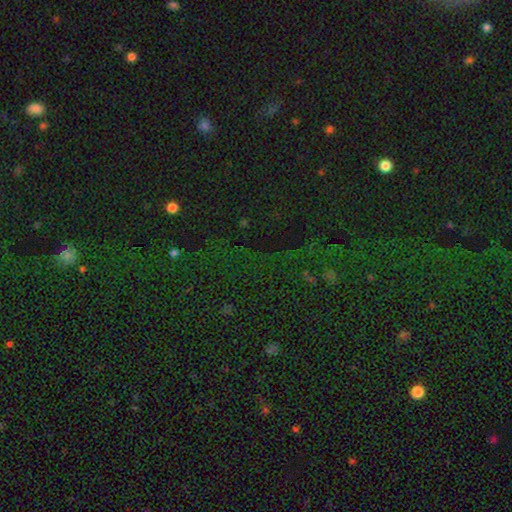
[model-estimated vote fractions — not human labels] Overall: star or artifact (77%).